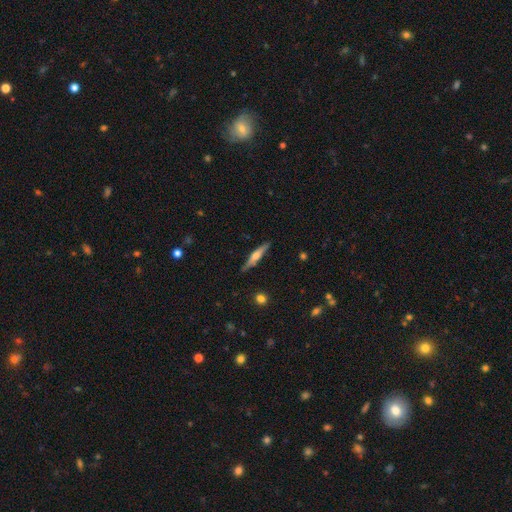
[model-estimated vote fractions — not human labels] The model was most divided on "smooth or featured": featured or disk: 58%, smooth: 36%, star or artifact: 6%. More confident: edge-on disk — yes (96%); merging — none (87%); edge-on bulge — rounded (81%).